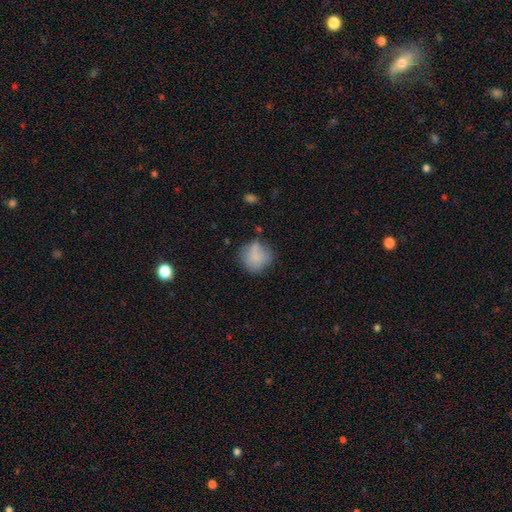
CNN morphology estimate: A smooth galaxy with no disk features (79%) that is round (84%). Merging: none (61%).